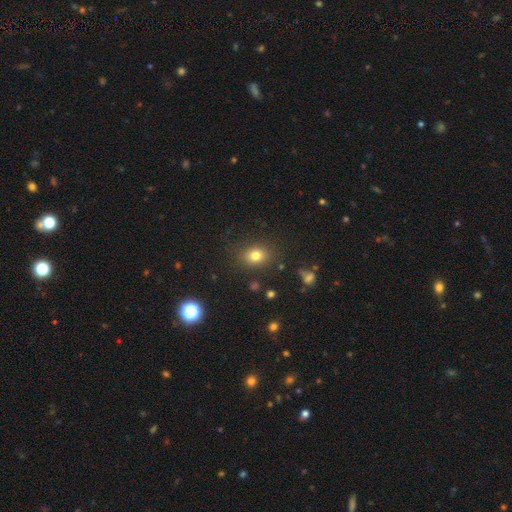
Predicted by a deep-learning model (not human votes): A smooth galaxy with no disk features (78%) that is in between round and cigar-shaped (53%). Merging: none (83%).